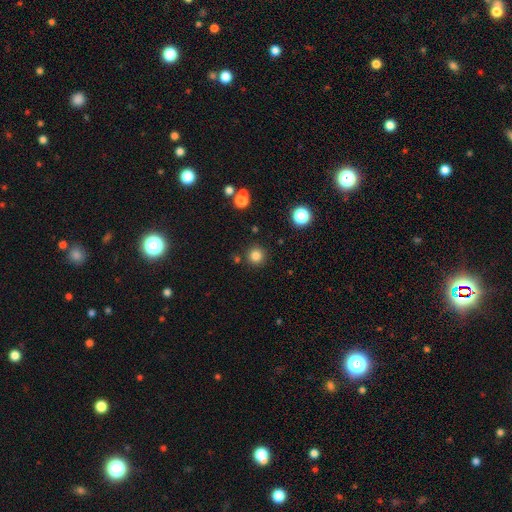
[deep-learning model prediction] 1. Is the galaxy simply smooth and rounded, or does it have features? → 82% smooth, 13% star or artifact, 4% featured or disk.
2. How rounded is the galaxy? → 95% round, 4% in between, 1% cigar-shaped.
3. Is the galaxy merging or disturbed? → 88% none, 6% minor disturbance, 3% merger, 2% major disturbance.